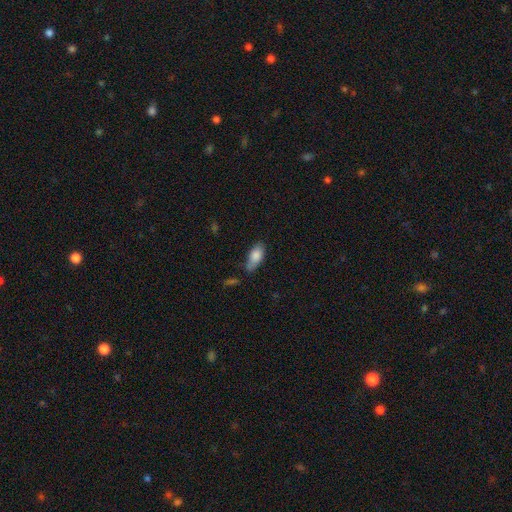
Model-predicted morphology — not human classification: smooth-or-featured: smooth: 83% | featured or disk: 10% | star or artifact: 7%
  how-rounded: in between: 86% | cigar-shaped: 11% | round: 3%
  merging: none: 58% | minor disturbance: 29% | major disturbance: 7% | merger: 6%